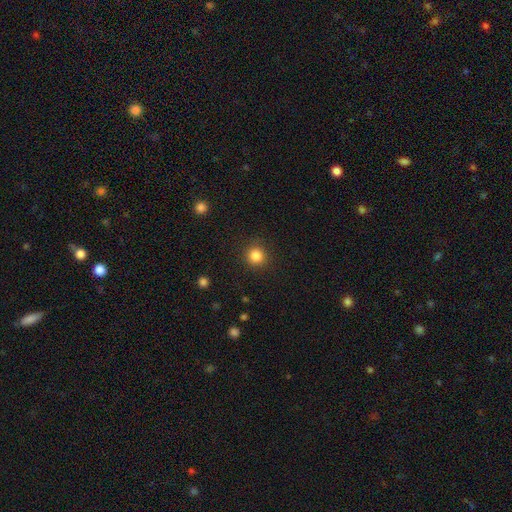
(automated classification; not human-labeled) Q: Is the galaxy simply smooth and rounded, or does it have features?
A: smooth — 85%.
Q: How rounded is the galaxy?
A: round — 94%.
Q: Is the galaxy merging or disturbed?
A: none — 90%.